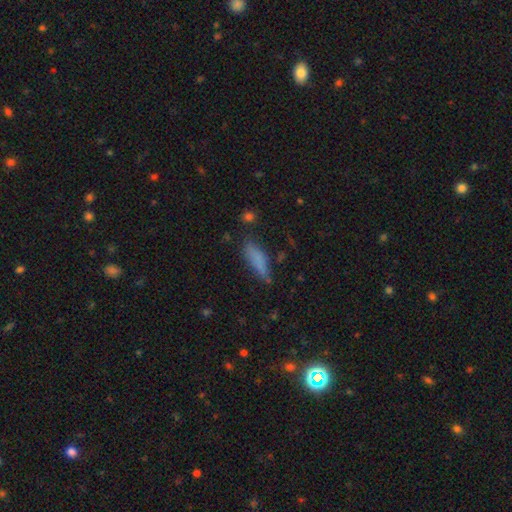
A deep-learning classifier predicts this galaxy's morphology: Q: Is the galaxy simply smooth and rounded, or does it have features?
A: smooth — 76%.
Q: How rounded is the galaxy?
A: cigar-shaped — 56%.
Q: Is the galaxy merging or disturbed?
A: none — 64%.